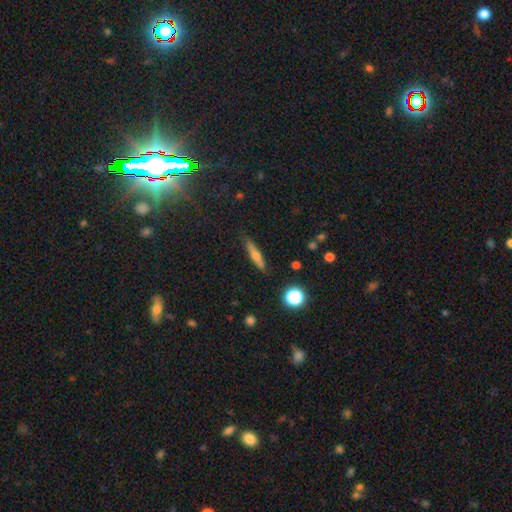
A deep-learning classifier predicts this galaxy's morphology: type=featured or disk (46%); merging=none (87%).